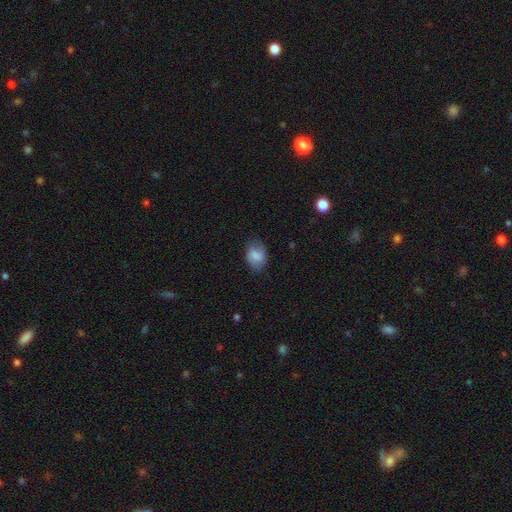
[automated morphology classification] Smooth or featured? smooth (77%)
How rounded? in between (76%)
Merging? none (72%)